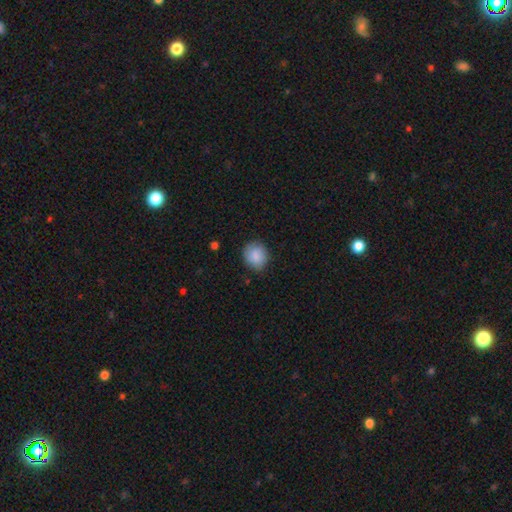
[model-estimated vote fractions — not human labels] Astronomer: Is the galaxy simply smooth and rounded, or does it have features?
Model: smooth — 87%.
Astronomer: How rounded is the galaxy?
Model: round — 76%.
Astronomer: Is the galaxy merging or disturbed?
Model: none — 82%.